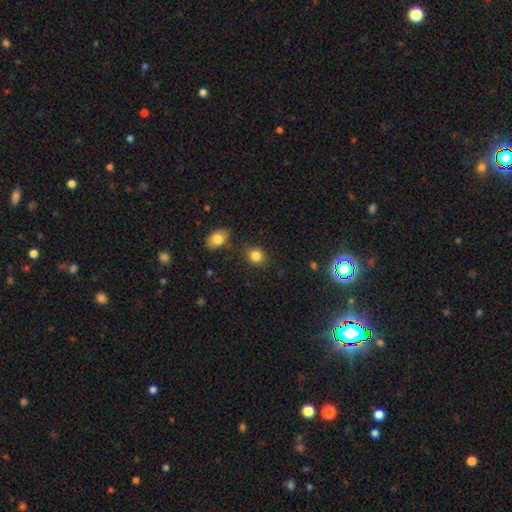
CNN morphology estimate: Smooth or featured? Predicted: smooth (p=0.84). How rounded? Predicted: round (p=0.66). Merging? Predicted: none (p=0.79).